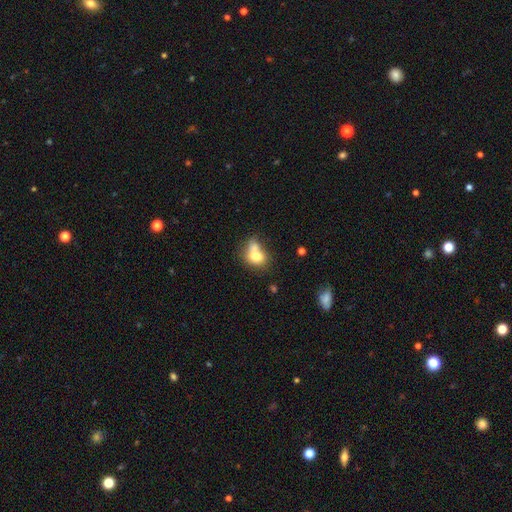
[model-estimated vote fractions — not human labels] Smooth or featured? Predicted: smooth (p=0.71). How rounded? Predicted: in between (p=0.55). Merging? Predicted: merger (p=0.49).